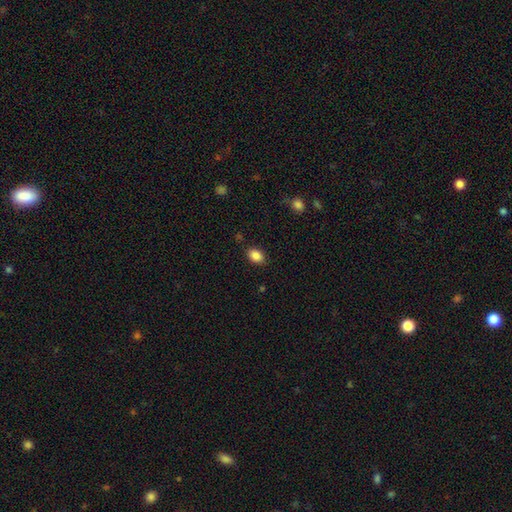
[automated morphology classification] Smooth or featured?
  - smooth: 86% *
  - star or artifact: 9%
  - featured or disk: 5%
How rounded?
  - in between: 81% *
  - round: 18%
  - cigar-shaped: 1%
Merging?
  - none: 85% *
  - minor disturbance: 11%
  - major disturbance: 3%
  - merger: 2%